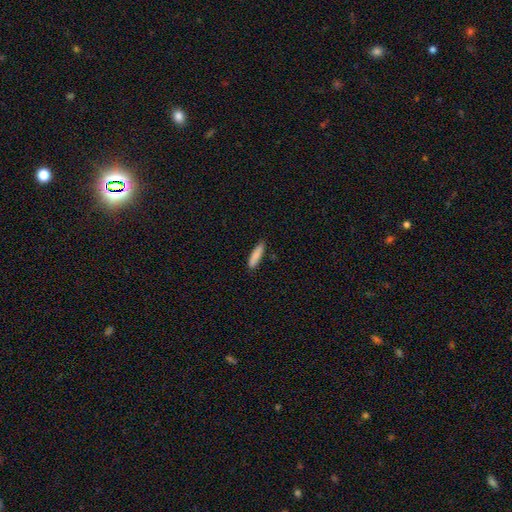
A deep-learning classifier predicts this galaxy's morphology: Smooth or featured: smooth — 87% (featured or disk — 7%)
How rounded: cigar-shaped — 76% (in between — 22%)
Merging: none — 85% (minor disturbance — 12%)